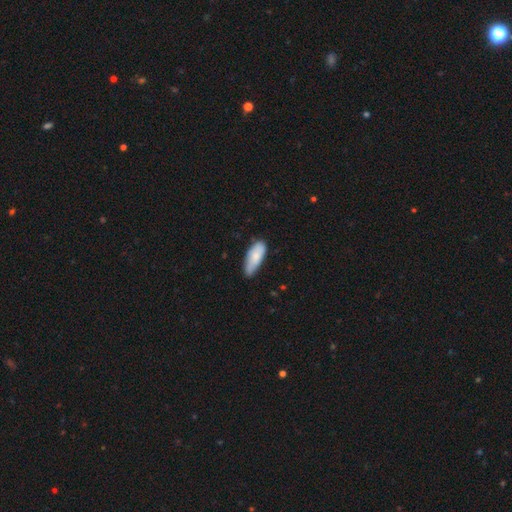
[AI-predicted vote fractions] Q: Smooth or featured?
A: smooth (79%); runner-up: featured or disk (15%)
Q: How rounded?
A: in between (77%); runner-up: cigar-shaped (21%)
Q: Merging?
A: none (63%); runner-up: minor disturbance (31%)